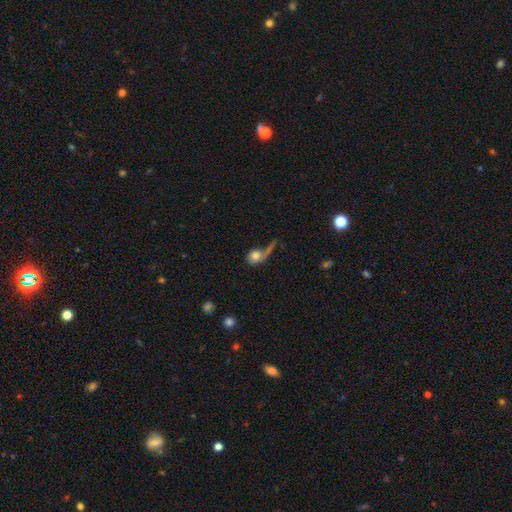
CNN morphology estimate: A smooth galaxy with no disk features (63%) that is round (58%). Merging: major disturbance (38%).